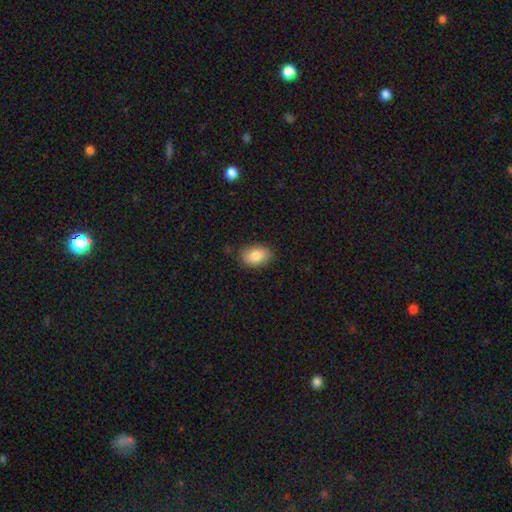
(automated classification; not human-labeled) This is clearly a smooth galaxy (84%). How rounded: clearly in between (85%). Merging: clearly none (84%).